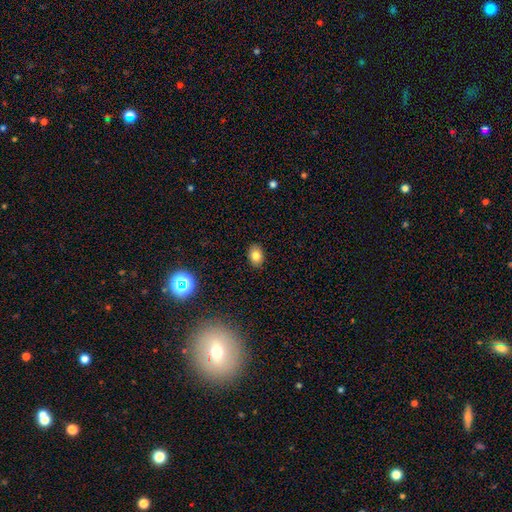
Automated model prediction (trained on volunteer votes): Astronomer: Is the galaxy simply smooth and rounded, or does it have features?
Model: smooth — 80%.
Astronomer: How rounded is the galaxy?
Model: in between — 74%.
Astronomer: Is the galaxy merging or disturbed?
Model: none — 88%.